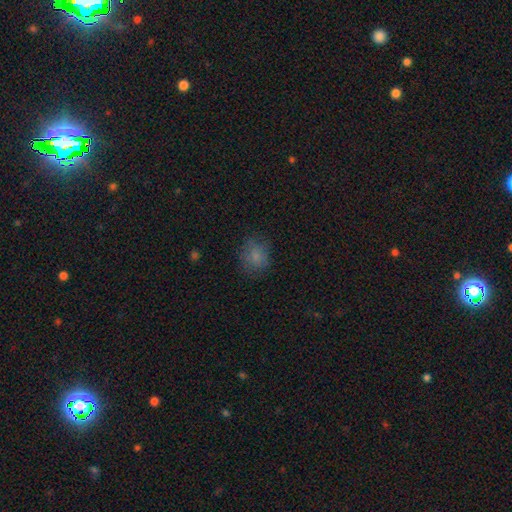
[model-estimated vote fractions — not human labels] smooth 79%, star or artifact 11%, featured or disk 9%. Down the decision tree: how rounded — round (66%); merging — none (74%).